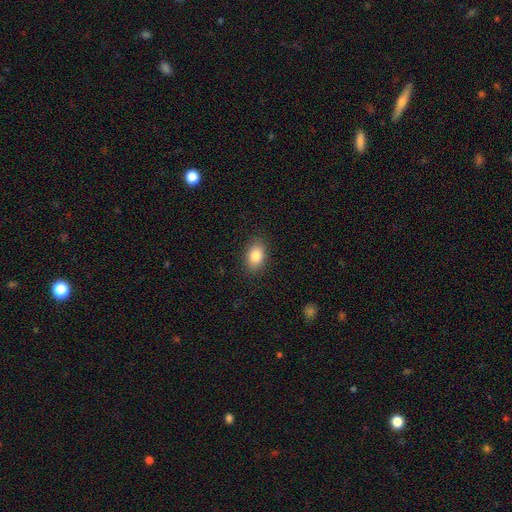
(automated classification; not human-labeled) A smooth galaxy with no disk features (84%) that is in between round and cigar-shaped (85%).

Vote fractions:
- Smooth or featured? smooth: 84% / star or artifact: 8% / featured or disk: 8%
- How rounded? in between: 85% / round: 14% / cigar-shaped: 2%
- Merging? none: 88% / minor disturbance: 9% / major disturbance: 2% / merger: 1%